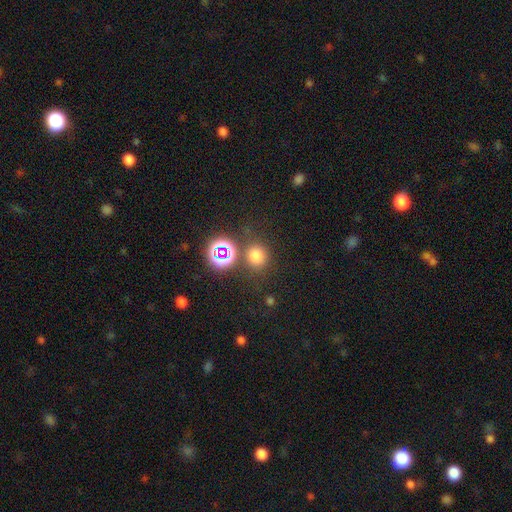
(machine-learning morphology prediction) The model was most divided on "smooth or featured": smooth: 69%, star or artifact: 25%, featured or disk: 6%. More confident: how rounded — round (80%); merging — none (76%).